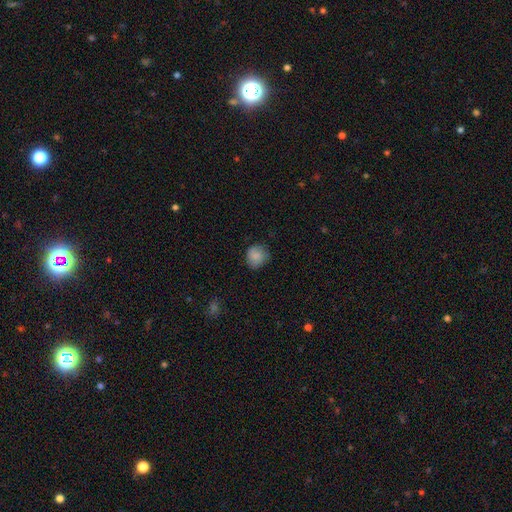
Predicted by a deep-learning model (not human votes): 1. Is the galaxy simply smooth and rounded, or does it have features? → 82% smooth, 10% featured or disk, 8% star or artifact.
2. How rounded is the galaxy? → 81% round, 18% in between, 1% cigar-shaped.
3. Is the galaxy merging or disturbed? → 74% none, 20% minor disturbance, 5% major disturbance, 1% merger.